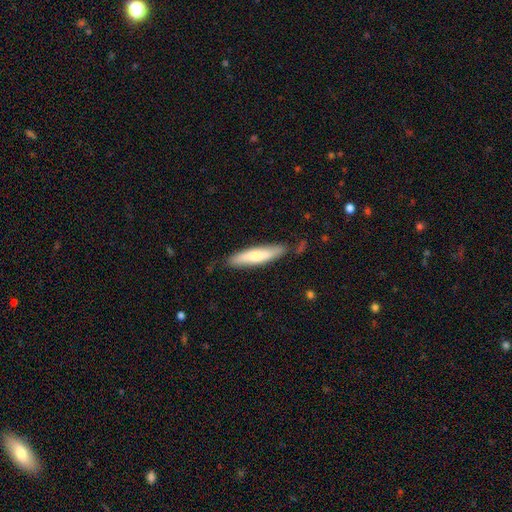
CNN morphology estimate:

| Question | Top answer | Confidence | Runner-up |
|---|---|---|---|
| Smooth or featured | smooth | 66% | featured or disk (28%) |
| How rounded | cigar-shaped | 82% | in between (17%) |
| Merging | none | 78% | minor disturbance (17%) |